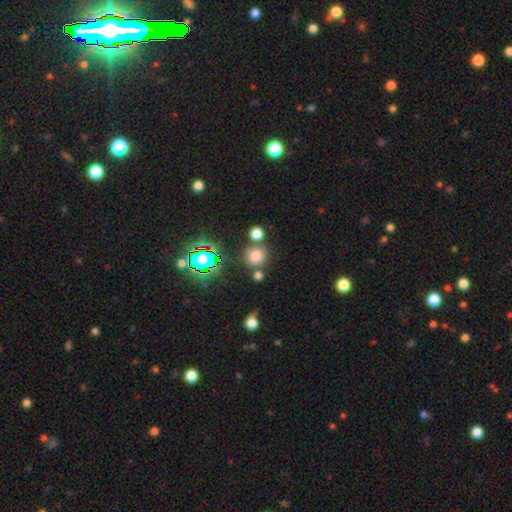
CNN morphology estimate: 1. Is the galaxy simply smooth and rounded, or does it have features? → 72% smooth, 21% star or artifact, 7% featured or disk.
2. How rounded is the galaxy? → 85% round, 14% in between, 1% cigar-shaped.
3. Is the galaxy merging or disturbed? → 70% none, 16% merger, 10% minor disturbance, 4% major disturbance.